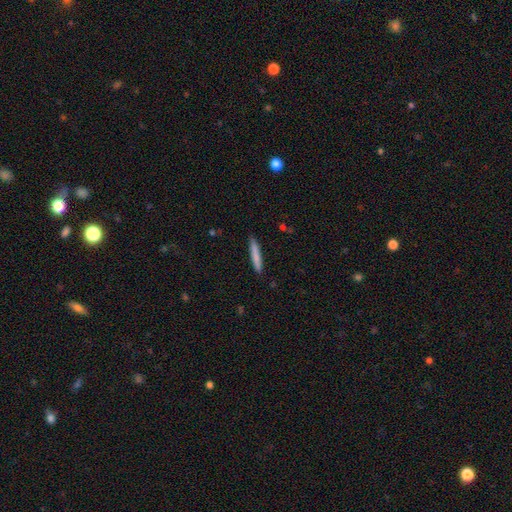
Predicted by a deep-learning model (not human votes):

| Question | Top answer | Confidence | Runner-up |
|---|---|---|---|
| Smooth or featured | smooth | 80% | featured or disk (14%) |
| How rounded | cigar-shaped | 94% | in between (5%) |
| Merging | none | 89% | minor disturbance (8%) |